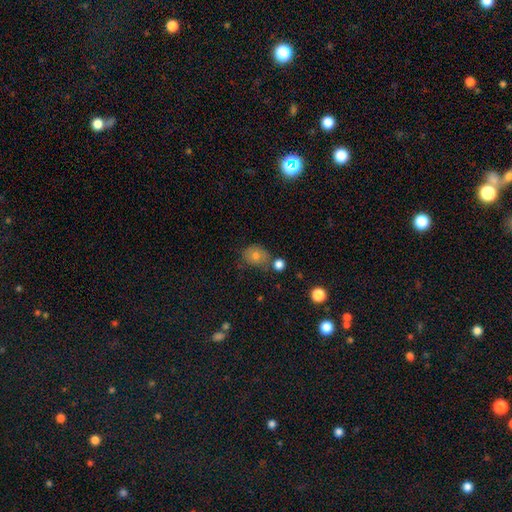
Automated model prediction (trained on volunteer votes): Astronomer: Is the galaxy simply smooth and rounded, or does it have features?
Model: smooth — 63%.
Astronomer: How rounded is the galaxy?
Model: round — 65%.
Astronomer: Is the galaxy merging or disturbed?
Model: none — 67%.